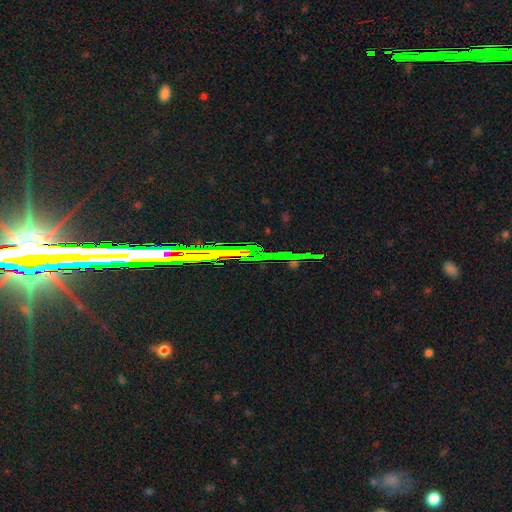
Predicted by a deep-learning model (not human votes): This is likely a star or artifact rather than a galaxy (77%).